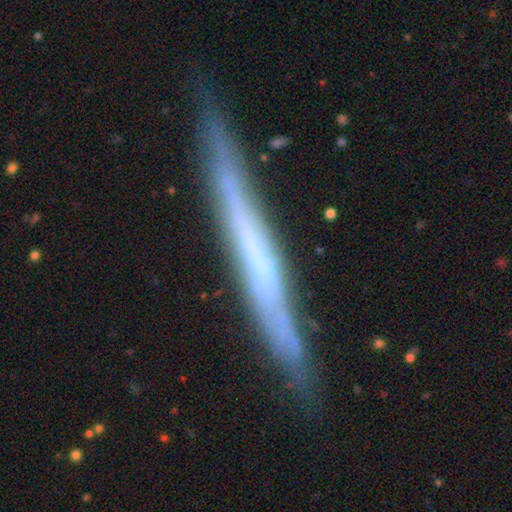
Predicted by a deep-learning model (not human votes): The model was most divided on "smooth or featured": featured or disk: 66%, smooth: 27%, star or artifact: 8%. More confident: edge-on disk — yes (94%); merging — none (86%); edge-on bulge — none (80%).